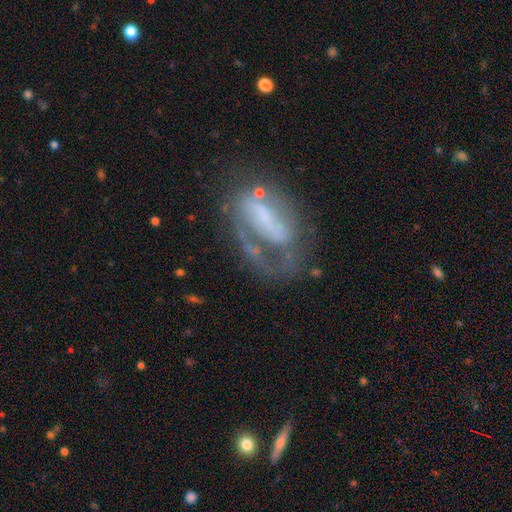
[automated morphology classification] featured or disk 64%, smooth 22%, star or artifact 14%. Down the decision tree: edge-on disk — no (90%); bar — no (36%); spiral arms — yes (56%); bulge size — none (41%); merging — none (49%).